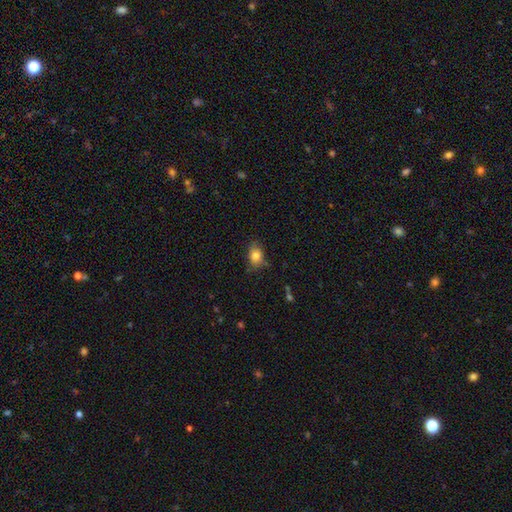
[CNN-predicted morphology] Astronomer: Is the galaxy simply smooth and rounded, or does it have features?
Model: smooth — 81%.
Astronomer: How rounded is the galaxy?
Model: in between — 65%.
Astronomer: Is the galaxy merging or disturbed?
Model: none — 67%.